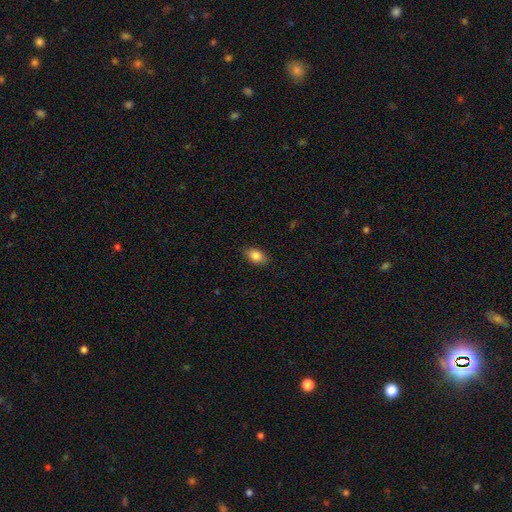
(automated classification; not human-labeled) Smooth or featured?
  - smooth: 85% *
  - star or artifact: 8%
  - featured or disk: 7%
How rounded?
  - in between: 90% *
  - round: 7%
  - cigar-shaped: 2%
Merging?
  - none: 87% *
  - minor disturbance: 9%
  - major disturbance: 2%
  - merger: 1%